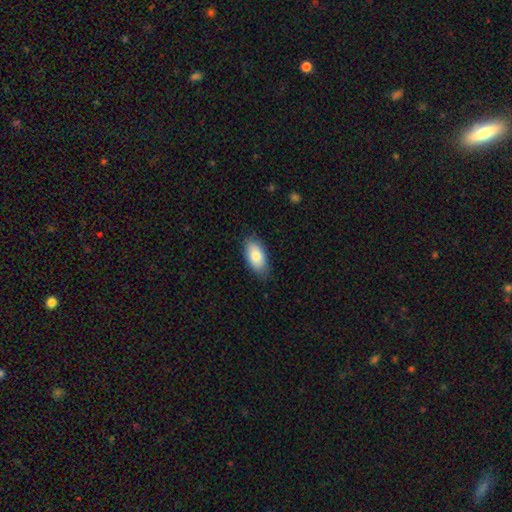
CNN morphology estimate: Smooth or featured: smooth — 83% (featured or disk — 11%)
How rounded: in between — 93% (cigar-shaped — 4%)
Merging: none — 82% (minor disturbance — 15%)